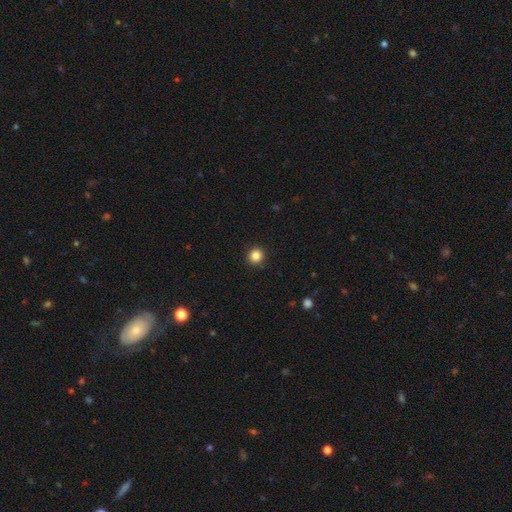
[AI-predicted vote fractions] Overall: smooth (85%). How rounded: round (92%). Merging: none (92%).